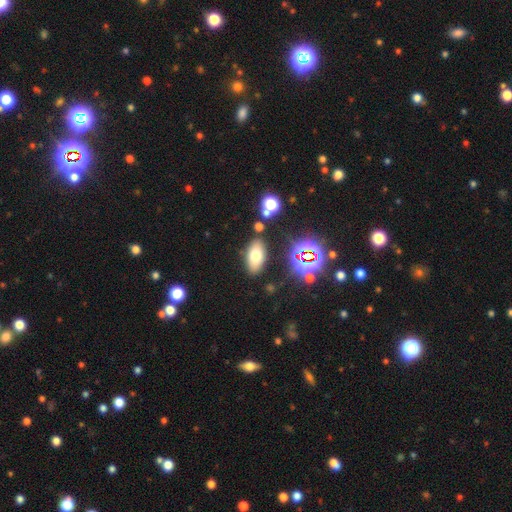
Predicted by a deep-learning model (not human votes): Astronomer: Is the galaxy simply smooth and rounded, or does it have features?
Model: smooth — 67%.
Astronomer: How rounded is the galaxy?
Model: in between — 90%.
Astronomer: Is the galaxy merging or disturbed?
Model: none — 83%.